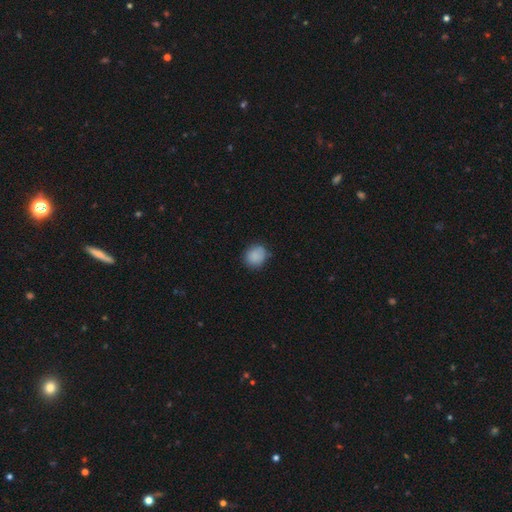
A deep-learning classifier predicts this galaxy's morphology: Smooth or featured? Predicted: smooth (p=0.87). How rounded? Predicted: round (p=0.75). Merging? Predicted: none (p=0.76).